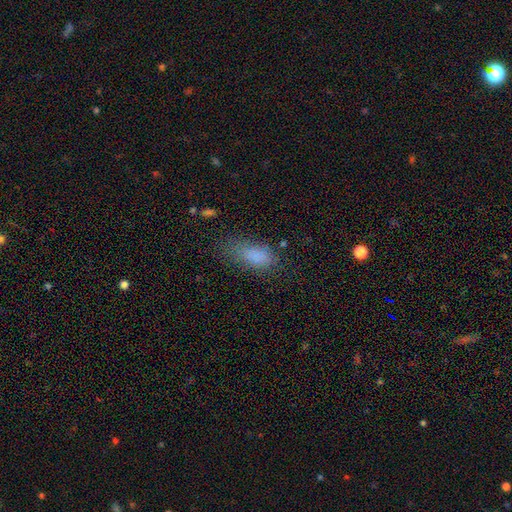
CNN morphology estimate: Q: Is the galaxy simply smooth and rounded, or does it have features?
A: smooth — 81%.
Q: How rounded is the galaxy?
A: in between — 84%.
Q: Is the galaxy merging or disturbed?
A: none — 54%.